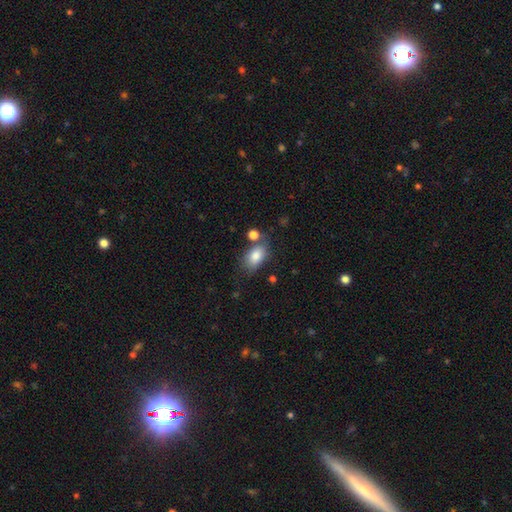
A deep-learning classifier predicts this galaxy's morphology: smooth 83%, featured or disk 9%, star or artifact 8%. Down the decision tree: how rounded — in between (87%); merging — none (62%).